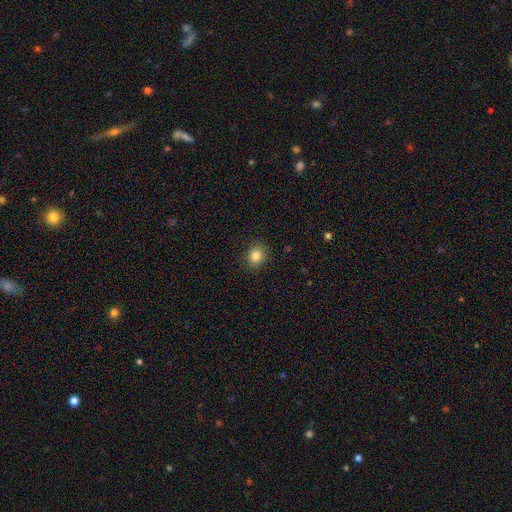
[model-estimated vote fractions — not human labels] Smooth or featured: smooth — 83% (star or artifact — 11%)
How rounded: round — 72% (in between — 27%)
Merging: none — 88% (minor disturbance — 9%)